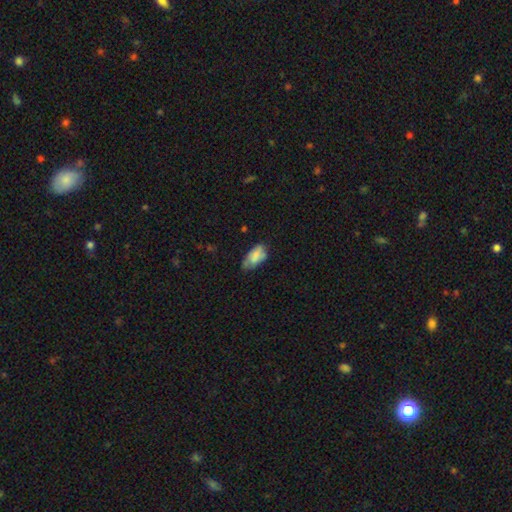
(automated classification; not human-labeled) Overall: smooth (75%). How rounded: in between (91%). Merging: none (52%; minor disturbance 36%).